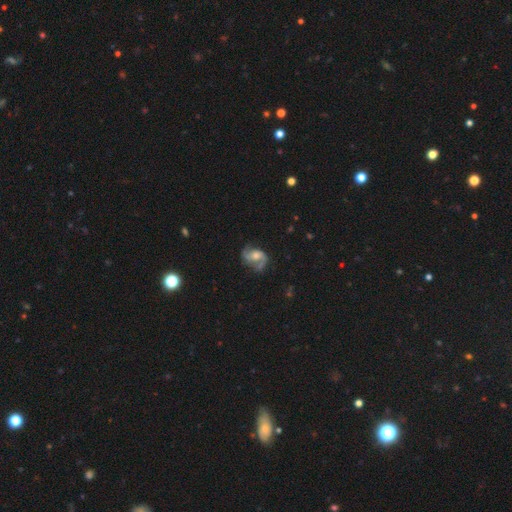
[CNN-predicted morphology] A featured or disk galaxy (81%) with no bar (48%), 2 (89%) medium (46%) spiral arms (94%) and a moderate central bulge (55%).

Vote fractions:
- Smooth or featured? featured or disk: 81% / smooth: 13% / star or artifact: 7%
- Edge-on disk? no: 98% / yes: 2%
- Bar? no: 48% / weak: 40% / strong: 12%
- Spiral arms? yes: 94% / no: 6%
- Spiral winding? medium: 46% / loose: 40% / tight: 14%
- Spiral arm count? 2: 89% / 1: 4% / can't tell: 4% / 3: 2% / 4: 1% / more than 4: 1%
- Bulge size? moderate: 55% / small: 26% / large: 11% / none: 6% / dominant: 2%
- Merging? none: 66% / minor disturbance: 20% / major disturbance: 11% / merger: 3%